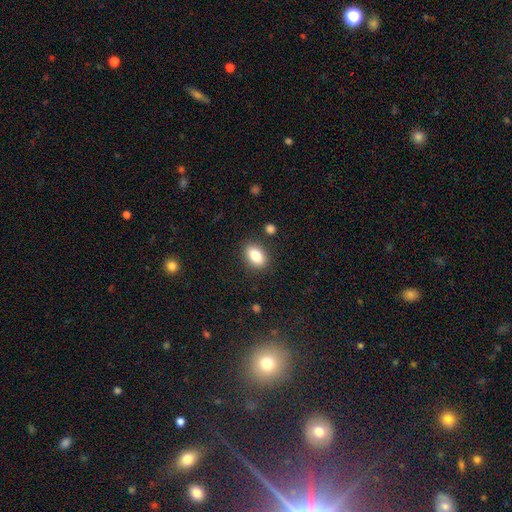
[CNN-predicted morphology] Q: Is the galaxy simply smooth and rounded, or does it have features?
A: smooth — 84%.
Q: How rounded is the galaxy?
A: in between — 86%.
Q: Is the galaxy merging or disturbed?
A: none — 87%.